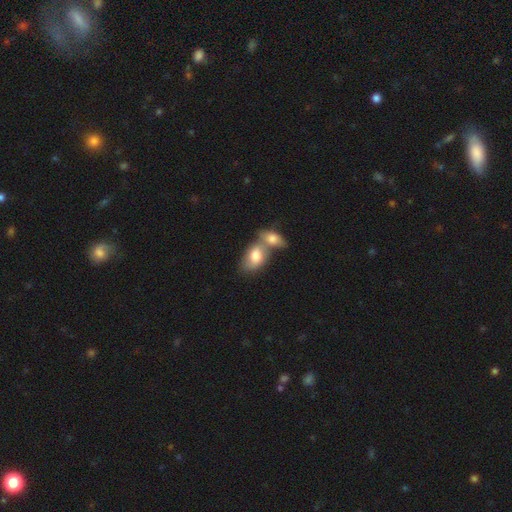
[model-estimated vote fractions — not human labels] A smooth galaxy with no disk features (77%) that is in between round and cigar-shaped (89%). Merging: merger (65%).